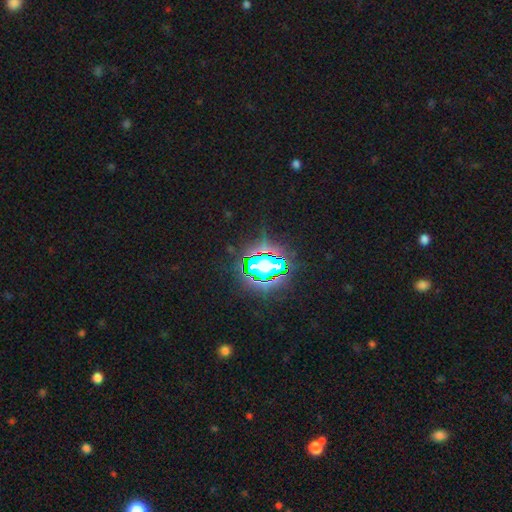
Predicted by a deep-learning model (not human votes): star or artifact 79%, smooth 12%, featured or disk 8%.